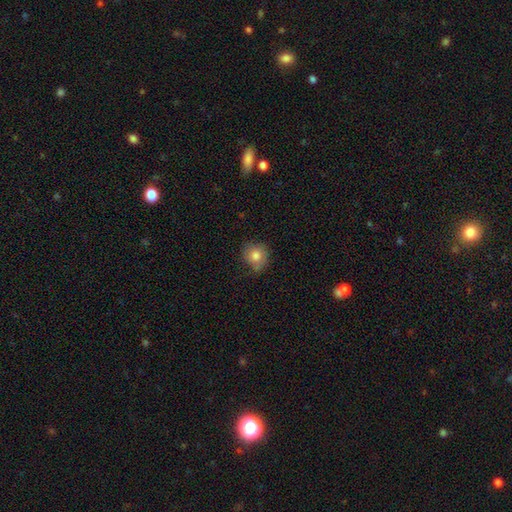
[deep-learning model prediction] The model was most divided on "merging": none: 66%, minor disturbance: 27%, major disturbance: 6%, merger: 2%. More confident: how rounded — round (83%); smooth or featured — smooth (80%).